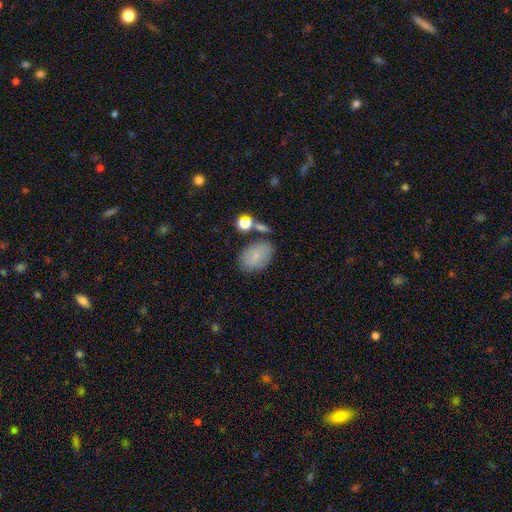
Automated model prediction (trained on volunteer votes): A smooth galaxy with no disk features (81%) that is in between round and cigar-shaped (85%).

Vote fractions:
- Smooth or featured? smooth: 81% / featured or disk: 11% / star or artifact: 8%
- How rounded? in between: 85% / round: 13% / cigar-shaped: 1%
- Merging? none: 67% / minor disturbance: 18% / merger: 10% / major disturbance: 6%